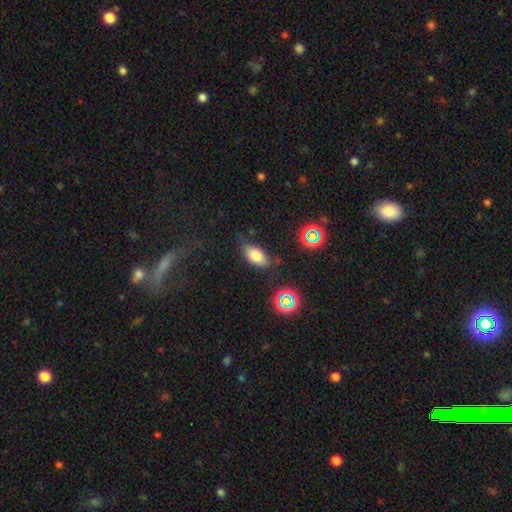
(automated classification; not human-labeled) smooth_or_featured: smooth (p=0.73) [alt: featured or disk p=0.14]
how_rounded: in between (p=0.88) [alt: cigar-shaped p=0.07]
merging: none (p=0.68) [alt: minor disturbance p=0.22]